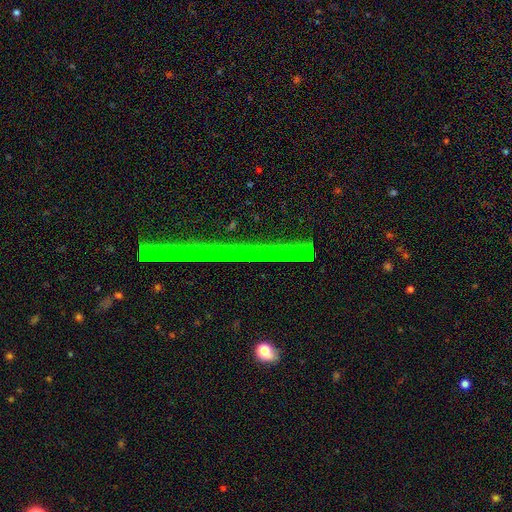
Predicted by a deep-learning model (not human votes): The model was most divided on "smooth or featured": featured or disk: 48%, star or artifact: 33%, smooth: 18%. More confident: merging — none (89%).